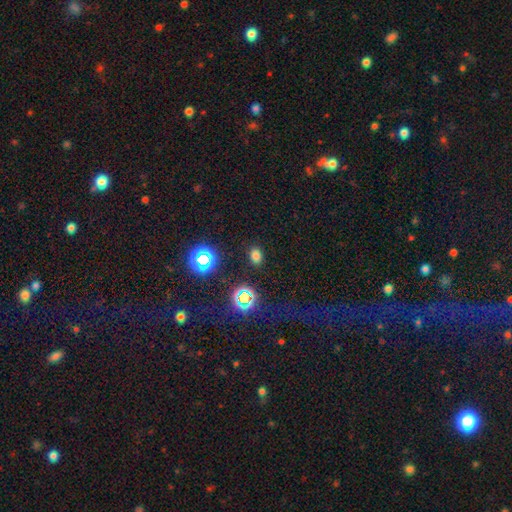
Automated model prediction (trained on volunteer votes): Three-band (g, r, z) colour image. It shows a smooth galaxy with no disk features (72%) that is in between round and cigar-shaped (69%). Merging: none (87%).